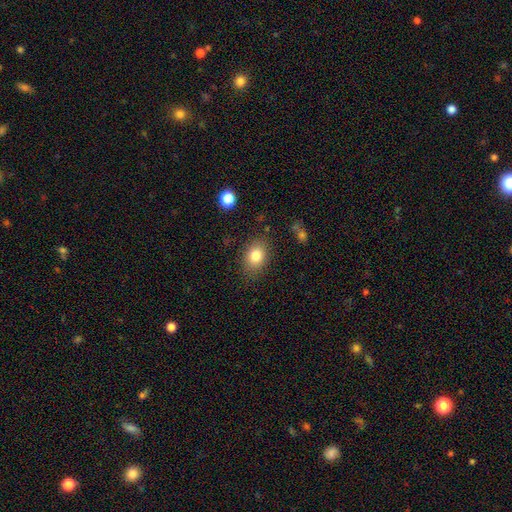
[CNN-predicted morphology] A smooth galaxy with no disk features (82%) that is in between round and cigar-shaped (69%). Merging: none (82%).